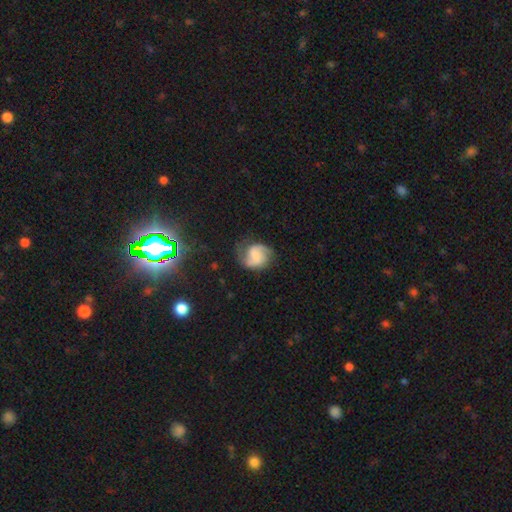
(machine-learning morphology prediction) Smooth or featured? Predicted: featured or disk (p=0.71). Edge-on disk? Predicted: no (p=0.98). Bar? Predicted: weak (p=0.45). Spiral arms? Predicted: yes (p=0.94). Spiral winding? Predicted: medium (p=0.49). Spiral arm count? Predicted: 2 (p=0.84). Bulge size? Predicted: small (p=0.42). Merging? Predicted: none (p=0.69).